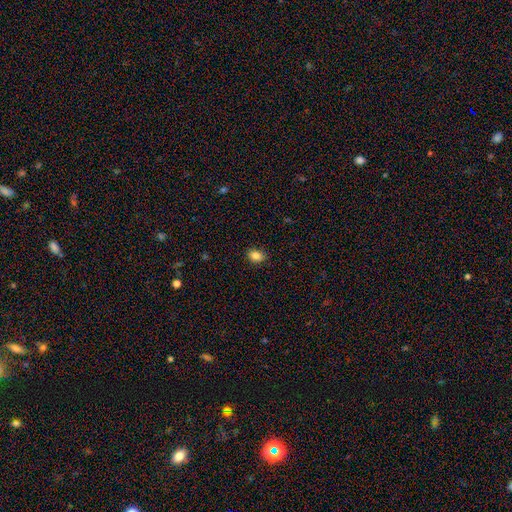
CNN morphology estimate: Overall: smooth (85%). How rounded: in between (72%). Merging: none (85%).